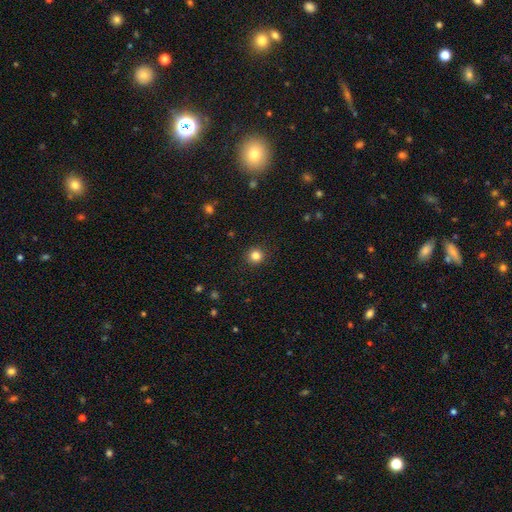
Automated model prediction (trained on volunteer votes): Smooth or featured?
  - smooth: 83% *
  - star or artifact: 12%
  - featured or disk: 5%
How rounded?
  - round: 94% *
  - in between: 5%
  - cigar-shaped: 1%
Merging?
  - none: 92% *
  - minor disturbance: 5%
  - major disturbance: 2%
  - merger: 1%